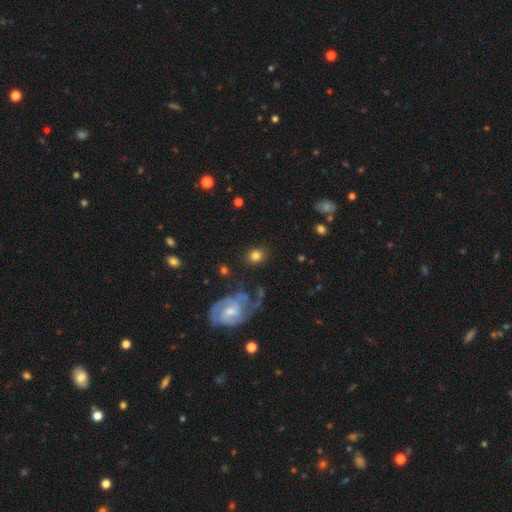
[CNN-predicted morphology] Smooth or featured?
  - smooth: 75% *
  - featured or disk: 16%
  - star or artifact: 9%
How rounded?
  - round: 77% *
  - in between: 22%
  - cigar-shaped: 1%
Merging?
  - none: 81% *
  - minor disturbance: 10%
  - major disturbance: 6%
  - merger: 4%